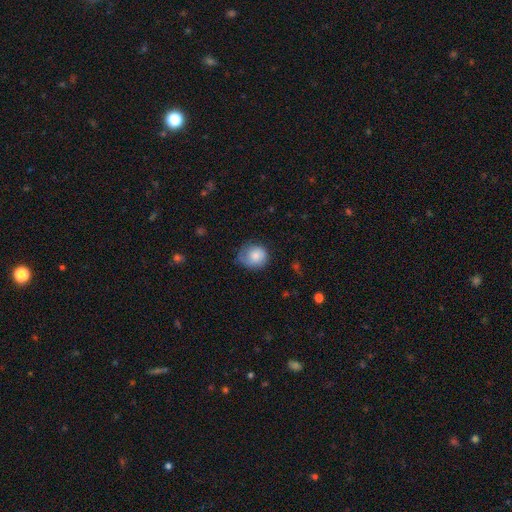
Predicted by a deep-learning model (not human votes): The model was most divided on "merging": none: 54%, minor disturbance: 32%, major disturbance: 13%, merger: 2%. More confident: how rounded — round (76%); smooth or featured — smooth (75%).